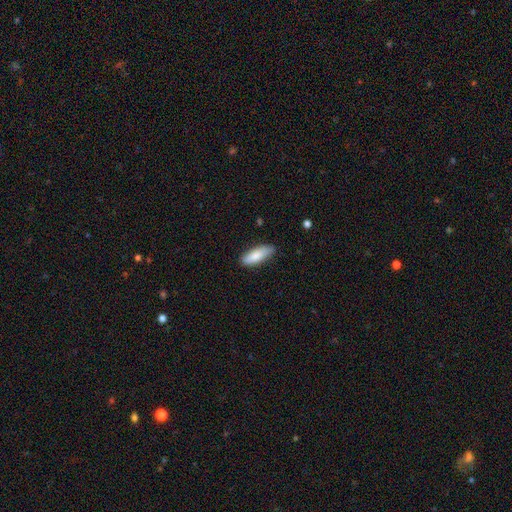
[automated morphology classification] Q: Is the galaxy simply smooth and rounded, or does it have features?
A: smooth — 83%.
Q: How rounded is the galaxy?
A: in between — 64%.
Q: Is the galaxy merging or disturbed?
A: none — 79%.